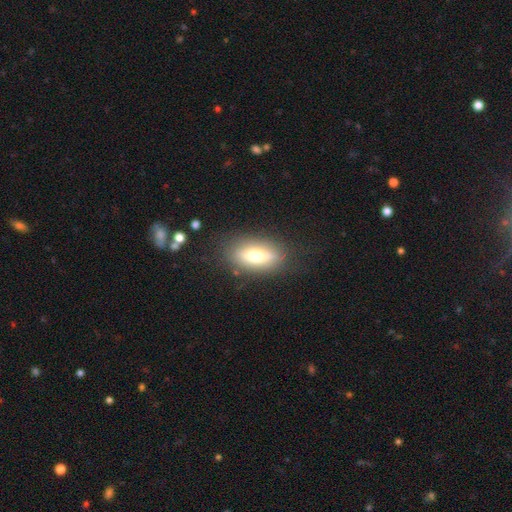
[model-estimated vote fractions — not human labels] This is likely a smooth galaxy (61%). How rounded: likely in between (74%). Merging: clearly none (81%).